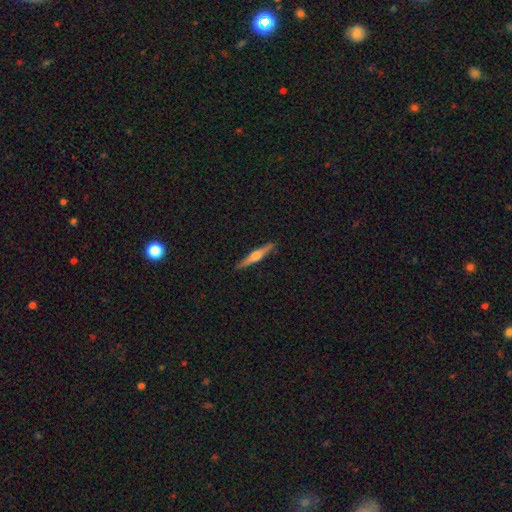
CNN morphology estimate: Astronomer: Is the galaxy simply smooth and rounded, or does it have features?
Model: featured or disk — 65%.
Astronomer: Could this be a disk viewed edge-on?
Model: yes — 98%.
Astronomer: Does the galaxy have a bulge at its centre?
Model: rounded — 87%.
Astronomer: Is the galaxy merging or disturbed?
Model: none — 90%.